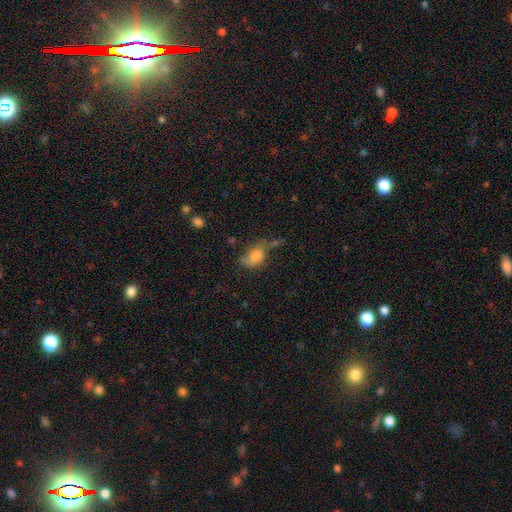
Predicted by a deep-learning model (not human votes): Morphology: type=smooth (62%); roundness=in between (77%); merging=none (36%).